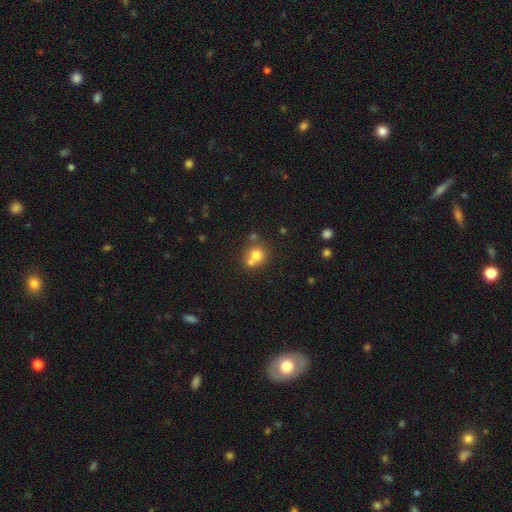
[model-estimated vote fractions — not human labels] Morphology: type=smooth (73%); roundness=round (84%); merging=none (46%).